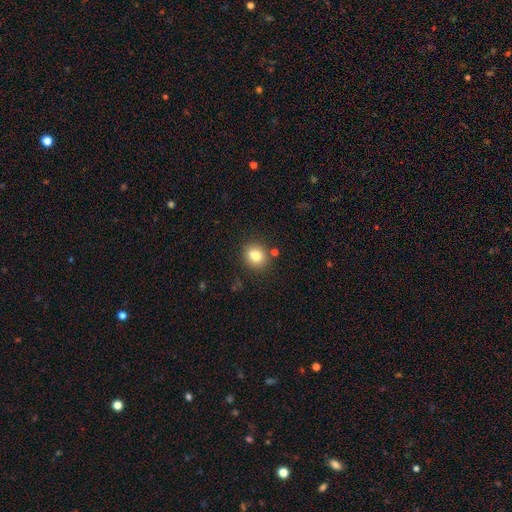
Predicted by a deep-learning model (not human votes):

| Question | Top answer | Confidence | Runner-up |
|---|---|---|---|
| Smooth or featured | smooth | 80% | star or artifact (11%) |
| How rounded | round | 72% | in between (27%) |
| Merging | none | 82% | minor disturbance (10%) |